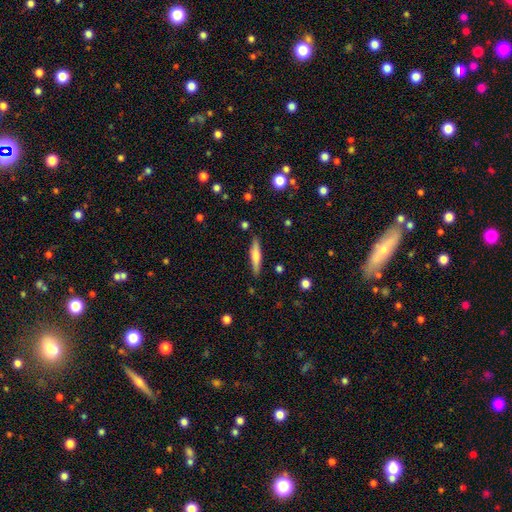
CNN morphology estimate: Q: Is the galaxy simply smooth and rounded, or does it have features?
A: smooth — 55%.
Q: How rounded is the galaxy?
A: cigar-shaped — 86%.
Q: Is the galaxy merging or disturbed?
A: none — 88%.